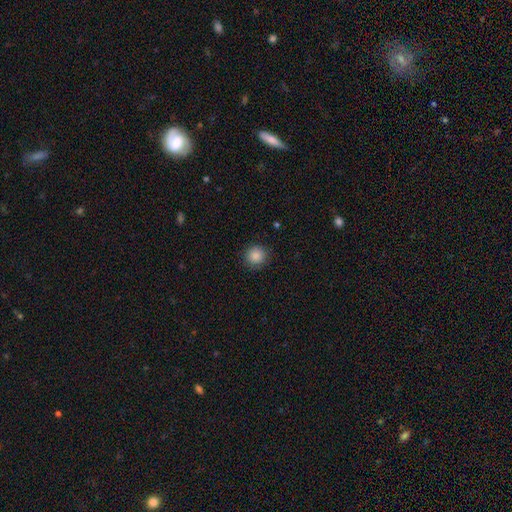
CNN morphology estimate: The model was most divided on "smooth or featured": smooth: 87%, star or artifact: 9%, featured or disk: 3%. More confident: how rounded — round (92%); merging — none (89%).